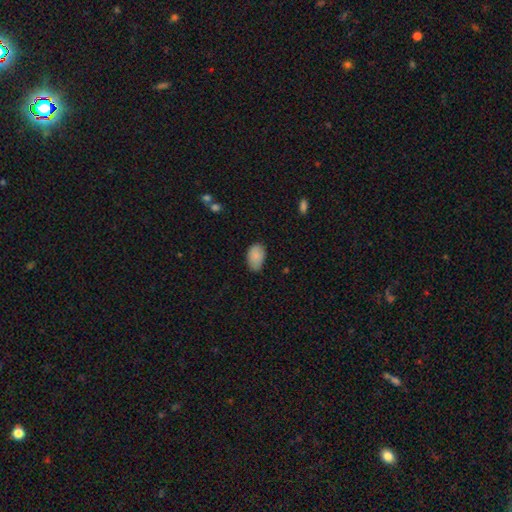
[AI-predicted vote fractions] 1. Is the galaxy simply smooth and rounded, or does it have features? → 87% smooth, 7% star or artifact, 6% featured or disk.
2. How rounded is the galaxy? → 91% in between, 8% round, 1% cigar-shaped.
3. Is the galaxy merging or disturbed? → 67% none, 27% minor disturbance, 4% major disturbance, 1% merger.